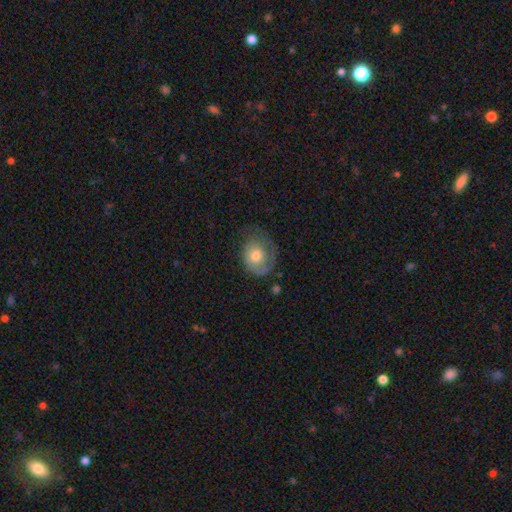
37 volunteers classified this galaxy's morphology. Smooth or featured? 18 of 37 (49%) said smooth. How rounded? 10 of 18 (56%) said round. Merging? 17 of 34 (50%) said none.